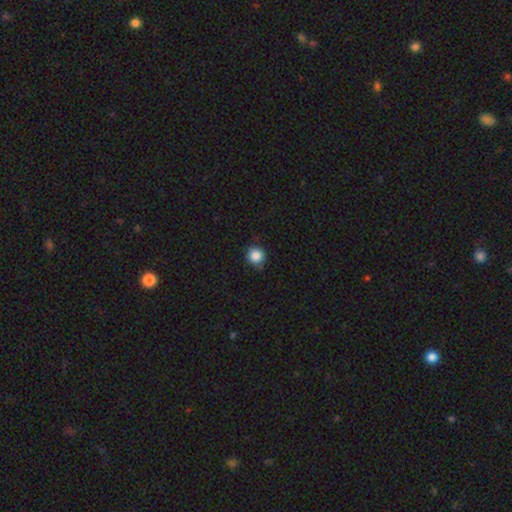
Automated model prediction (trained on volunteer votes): Morphology: type=smooth (86%); roundness=round (94%); merging=none (85%).